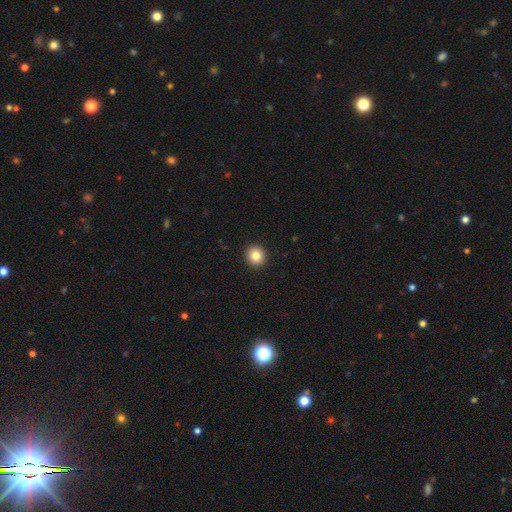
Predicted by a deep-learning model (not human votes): Overall: smooth (84%). How rounded: round (89%). Merging: none (93%).